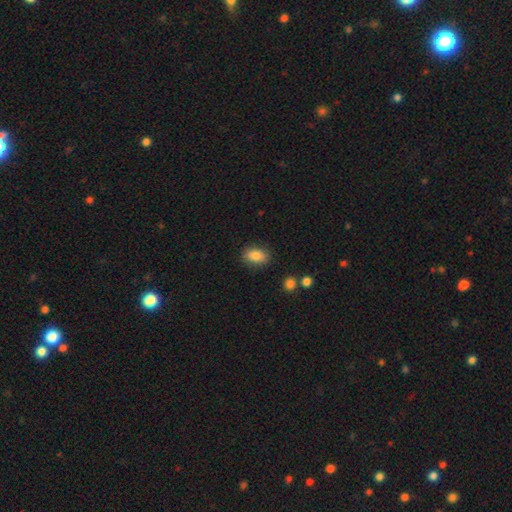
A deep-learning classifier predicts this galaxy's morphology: Smooth or featured? Predicted: smooth (p=0.84). How rounded? Predicted: in between (p=0.85). Merging? Predicted: none (p=0.84).